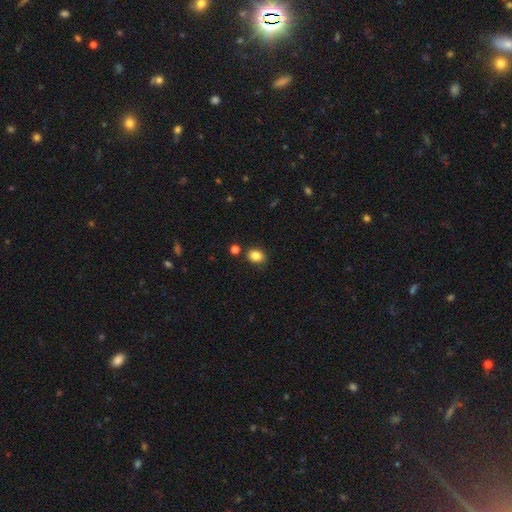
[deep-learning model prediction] smooth-or-featured: smooth: 85% | star or artifact: 10% | featured or disk: 5%
  how-rounded: in between: 58% | round: 41% | cigar-shaped: 1%
  merging: none: 83% | minor disturbance: 10% | merger: 5% | major disturbance: 2%